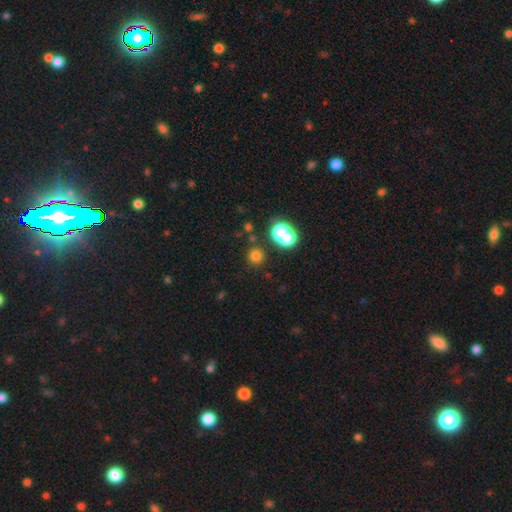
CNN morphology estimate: This appears to be a smooth galaxy with no disk features (73%) that is round (90%). Merging: none (74%).